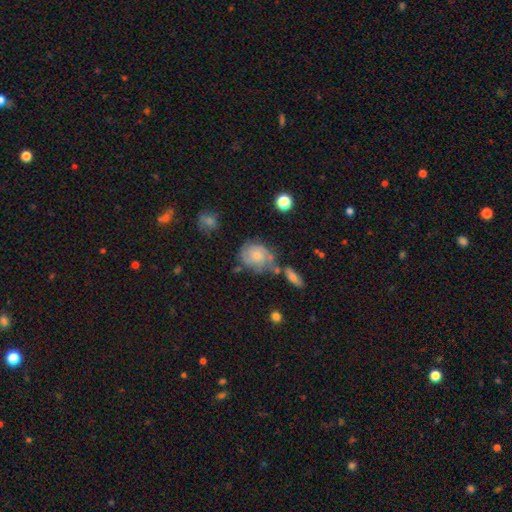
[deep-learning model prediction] Smooth or featured? Predicted: featured or disk (p=0.63). Edge-on disk? Predicted: no (p=0.97). Bar? Predicted: no (p=0.75). Spiral arms? Predicted: yes (p=0.87). Spiral winding? Predicted: tight (p=0.57). Spiral arm count? Predicted: can't tell (p=0.35). Bulge size? Predicted: small (p=0.55). Merging? Predicted: none (p=0.50).